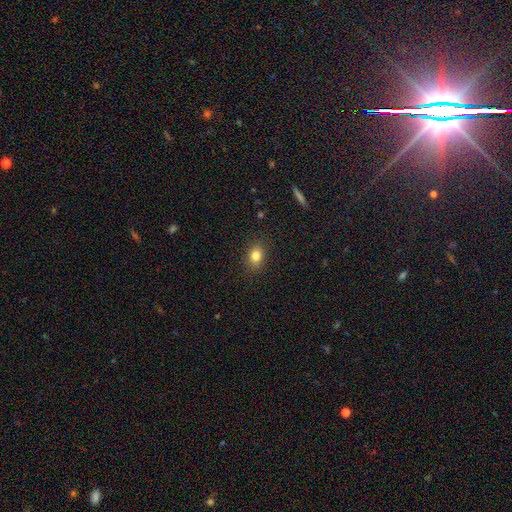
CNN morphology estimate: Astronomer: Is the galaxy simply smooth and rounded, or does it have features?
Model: smooth — 82%.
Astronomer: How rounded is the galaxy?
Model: in between — 68%.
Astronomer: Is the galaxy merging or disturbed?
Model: none — 87%.